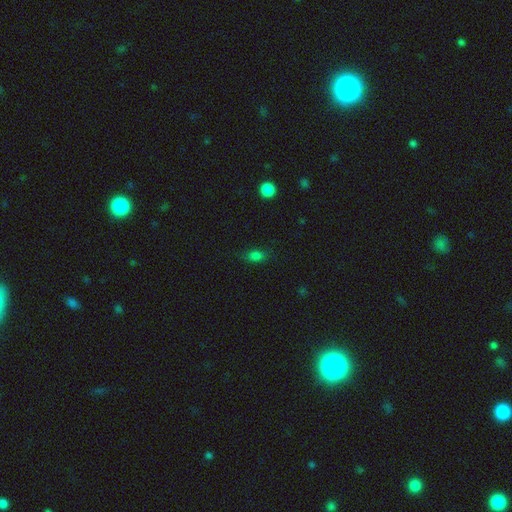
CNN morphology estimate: Overall: smooth (78%). How rounded: in between (79%). Merging: none (76%).